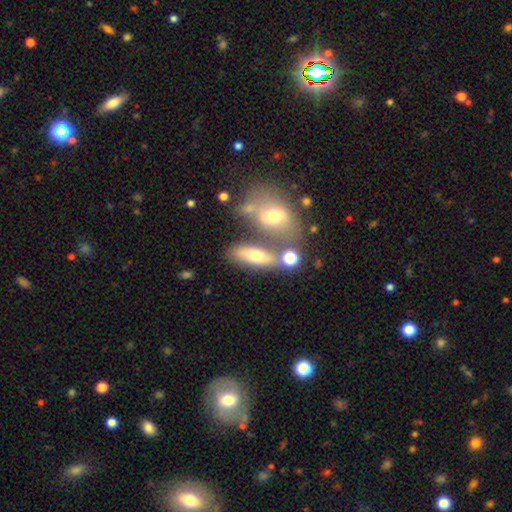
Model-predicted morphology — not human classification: A smooth galaxy with no disk features (57%) that is in between round and cigar-shaped (64%). Merging: none (45%).